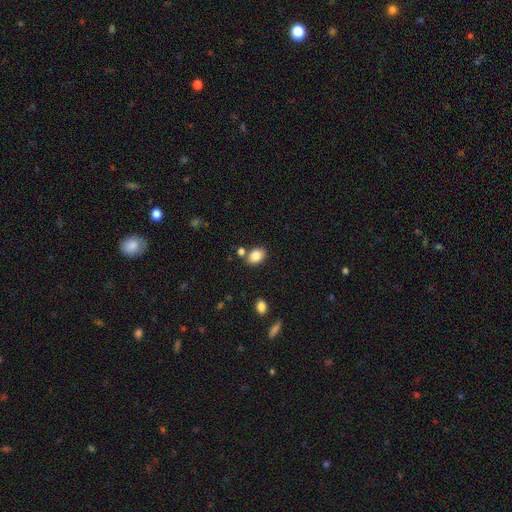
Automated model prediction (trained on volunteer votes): smooth-or-featured: smooth: 85% | star or artifact: 9% | featured or disk: 6%
  how-rounded: in between: 74% | round: 25% | cigar-shaped: 1%
  merging: none: 74% | minor disturbance: 11% | merger: 11% | major disturbance: 3%